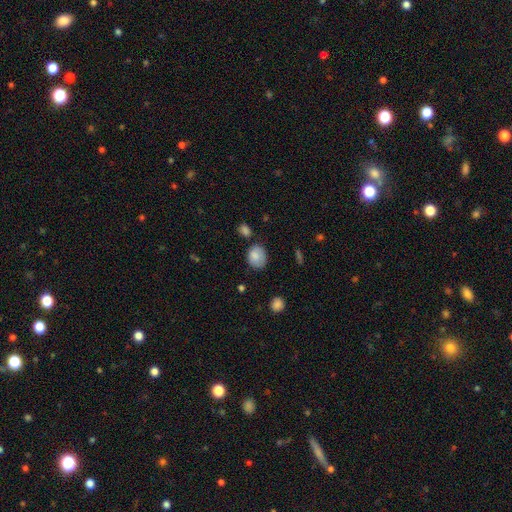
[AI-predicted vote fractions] smooth_or_featured: smooth (p=0.83) [alt: featured or disk p=0.09]
how_rounded: round (p=0.50) [alt: in between p=0.49]
merging: none (p=0.63) [alt: minor disturbance p=0.25]